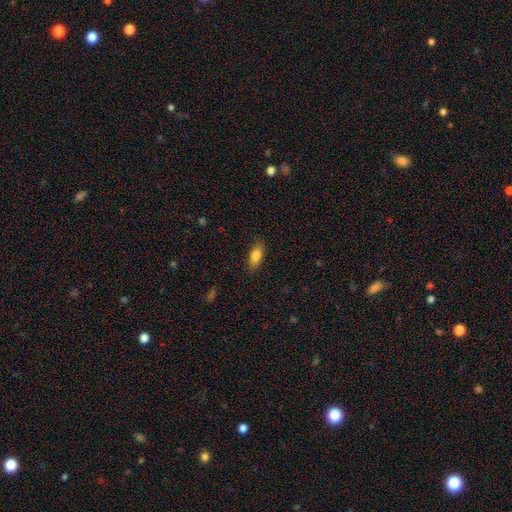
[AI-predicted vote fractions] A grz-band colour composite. It shows a smooth galaxy with no disk features (83%) that is in between round and cigar-shaped (84%). Merging: none (86%).